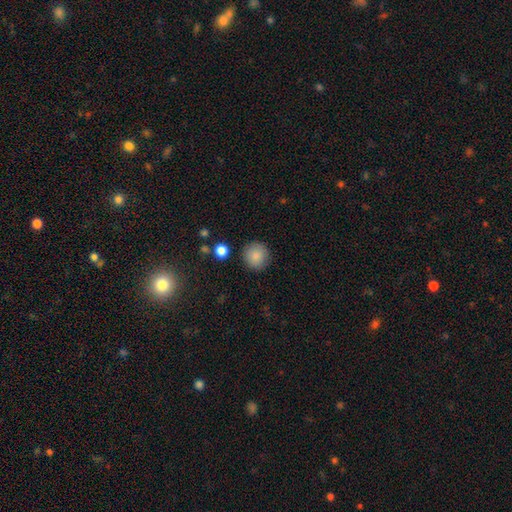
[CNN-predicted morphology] type=smooth (87%); roundness=round (93%); merging=none (89%).